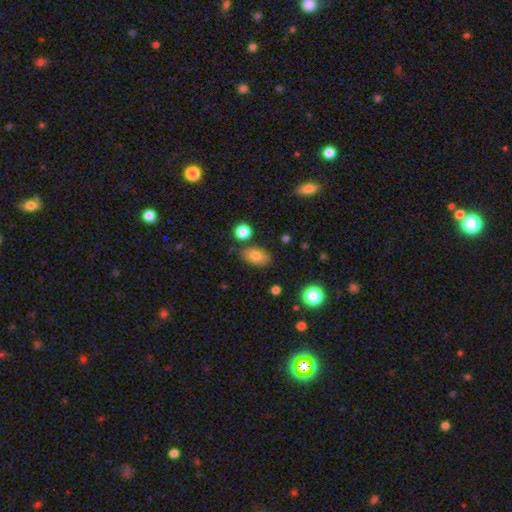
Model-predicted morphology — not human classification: This is likely a smooth galaxy (78%). How rounded: clearly in between (87%). Merging: likely none (78%).